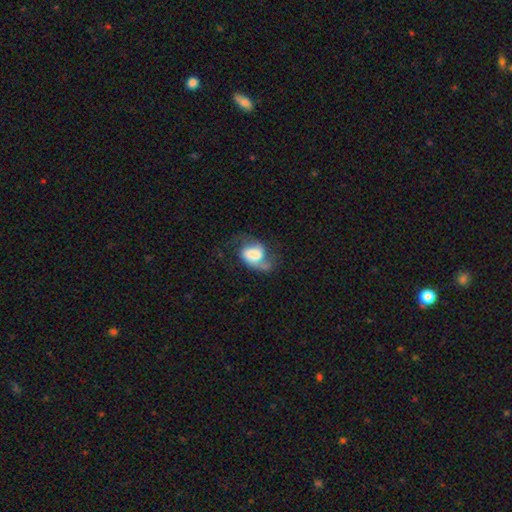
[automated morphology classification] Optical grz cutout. It shows a featured or disk galaxy (54%) with no bar (46%), spiral arms (85%) and a large central bulge (39%). Merging: none (39%).